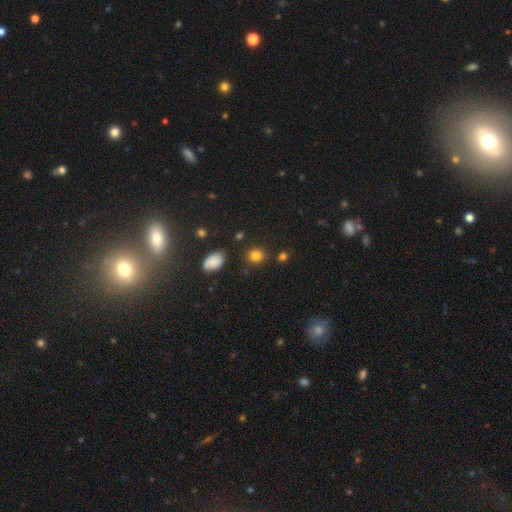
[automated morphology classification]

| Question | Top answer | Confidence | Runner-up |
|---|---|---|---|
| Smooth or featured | smooth | 82% | star or artifact (13%) |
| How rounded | round | 73% | in between (26%) |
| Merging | none | 82% | minor disturbance (10%) |